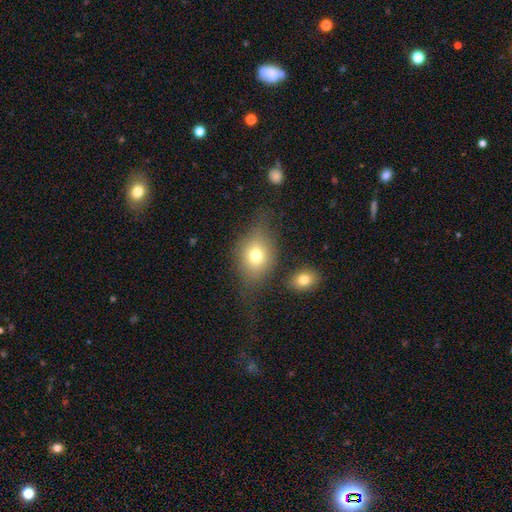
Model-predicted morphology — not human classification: A smooth galaxy with no disk features (70%) that is in between round and cigar-shaped (64%). Merging: none (59%).